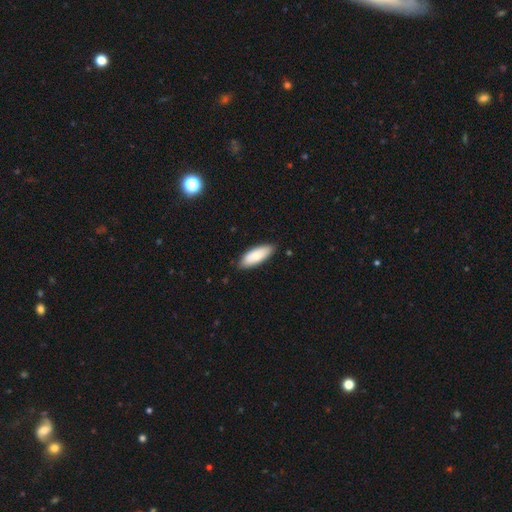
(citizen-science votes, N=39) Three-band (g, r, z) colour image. It shows a smooth galaxy with no disk features (74%) that is in between round and cigar-shaped (76%). Merging: none (86%).